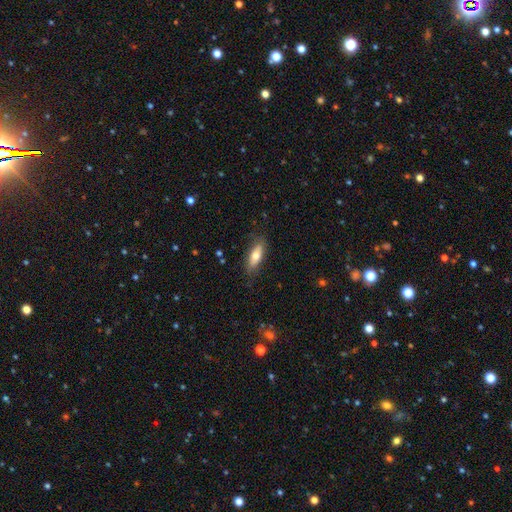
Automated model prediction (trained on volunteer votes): Smooth or featured? Predicted: smooth (p=0.69). How rounded? Predicted: in between (p=0.70). Merging? Predicted: none (p=0.79).